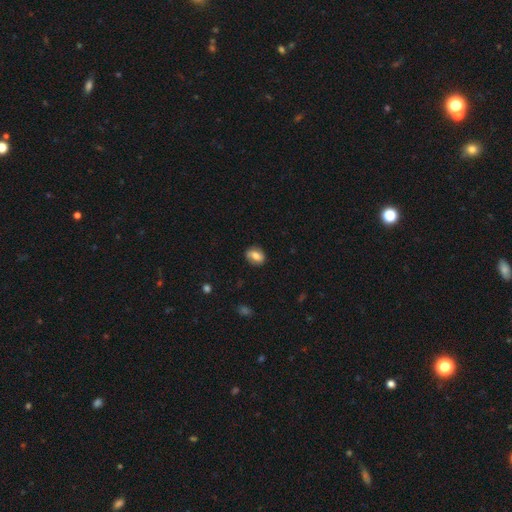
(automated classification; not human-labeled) Smooth or featured? smooth (68%)
How rounded? in between (64%)
Merging? none (81%)